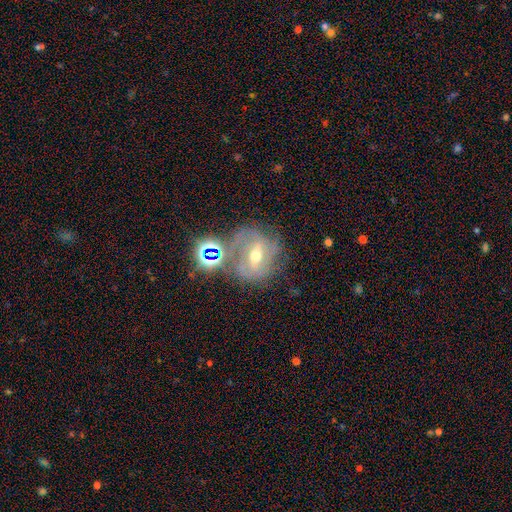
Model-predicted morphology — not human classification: Smooth or featured?
  - featured or disk: 68% *
  - star or artifact: 18%
  - smooth: 15%
Edge-on disk?
  - no: 95% *
  - yes: 5%
Bar?
  - weak: 42% *
  - strong: 41%
  - no: 17%
Spiral arms?
  - yes: 83% *
  - no: 17%
Spiral winding?
  - tight: 43% *
  - medium: 41%
  - loose: 16%
Spiral arm count?
  - 2: 41% *
  - can't tell: 31%
  - 3: 15%
  - 1: 7%
  - 4: 4%
  - more than 4: 3%
Bulge size?
  - moderate: 70% *
  - small: 23%
  - large: 5%
  - none: 1%
  - dominant: 1%
Merging?
  - none: 54% *
  - minor disturbance: 19%
  - merger: 15%
  - major disturbance: 13%